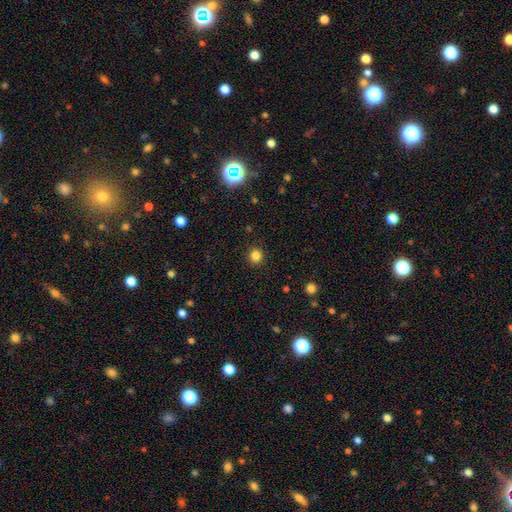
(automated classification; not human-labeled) Smooth or featured: smooth — 83% (star or artifact — 13%)
How rounded: round — 92% (in between — 7%)
Merging: none — 92% (minor disturbance — 5%)